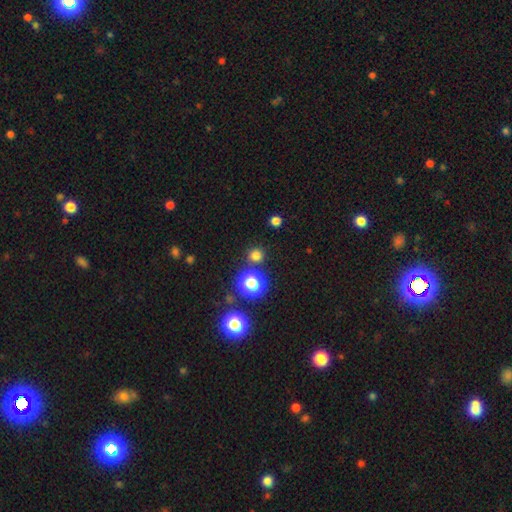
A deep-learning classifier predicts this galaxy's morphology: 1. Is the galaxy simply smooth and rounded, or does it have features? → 71% smooth, 24% star or artifact, 5% featured or disk.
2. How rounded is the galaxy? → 92% round, 7% in between, 1% cigar-shaped.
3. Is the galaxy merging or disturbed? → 85% none, 7% minor disturbance, 6% merger, 3% major disturbance.